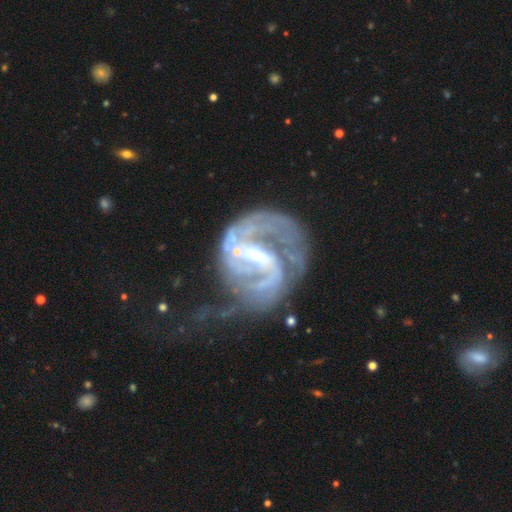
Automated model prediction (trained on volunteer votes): Smooth or featured?
  - featured or disk: 89% *
  - star or artifact: 6%
  - smooth: 5%
Edge-on disk?
  - no: 98% *
  - yes: 2%
Bar?
  - strong: 44% * (tied)
  - weak: 44% * (tied)
  - no: 12%
Spiral arms?
  - yes: 94% *
  - no: 6%
Spiral winding?
  - medium: 44% *
  - tight: 37%
  - loose: 19%
Spiral arm count?
  - 2: 60% *
  - can't tell: 14%
  - 1: 9%
  - 3: 9%
  - 4: 4%
  - more than 4: 3%
Bulge size?
  - moderate: 49% *
  - small: 33%
  - none: 8%
  - large: 8%
  - dominant: 1%
Merging?
  - major disturbance: 38% *
  - none: 36%
  - minor disturbance: 19%
  - merger: 7%